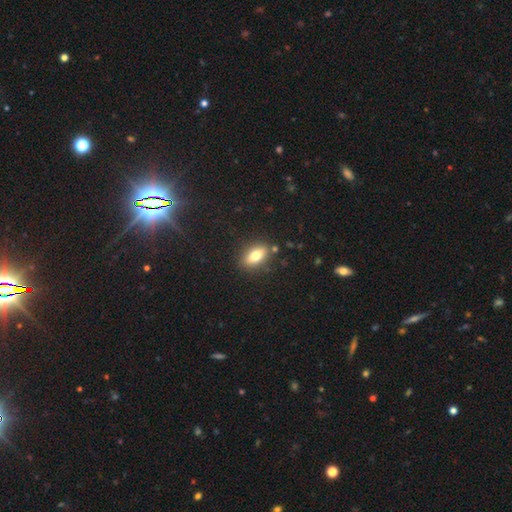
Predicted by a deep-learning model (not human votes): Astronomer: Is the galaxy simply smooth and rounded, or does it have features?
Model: smooth — 74%.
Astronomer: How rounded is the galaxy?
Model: in between — 84%.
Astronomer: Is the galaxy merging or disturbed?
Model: none — 83%.